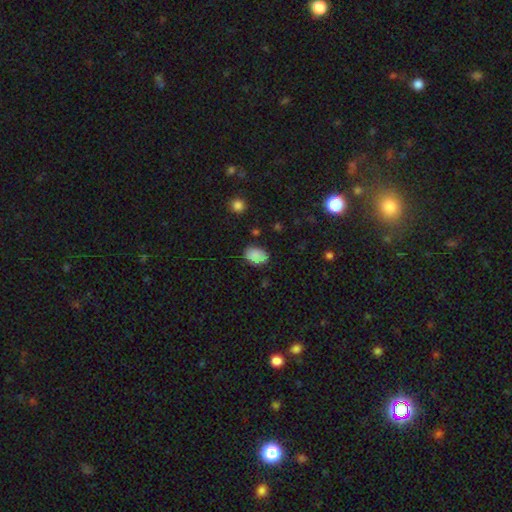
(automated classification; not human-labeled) This is clearly a smooth galaxy (86%). How rounded: clearly in between (81%). Merging: likely none (76%).